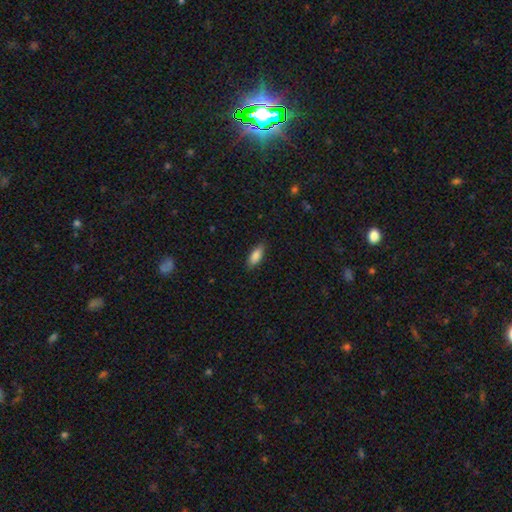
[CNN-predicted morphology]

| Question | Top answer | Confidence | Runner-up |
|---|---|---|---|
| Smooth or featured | smooth | 85% | featured or disk (9%) |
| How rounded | in between | 75% | cigar-shaped (23%) |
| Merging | none | 86% | minor disturbance (11%) |